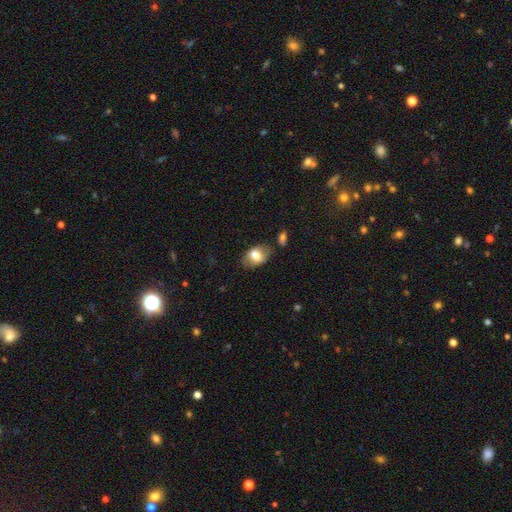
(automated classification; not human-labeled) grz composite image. It shows a smooth galaxy with no disk features (73%) that is in between round and cigar-shaped (86%). Merging: none (73%).